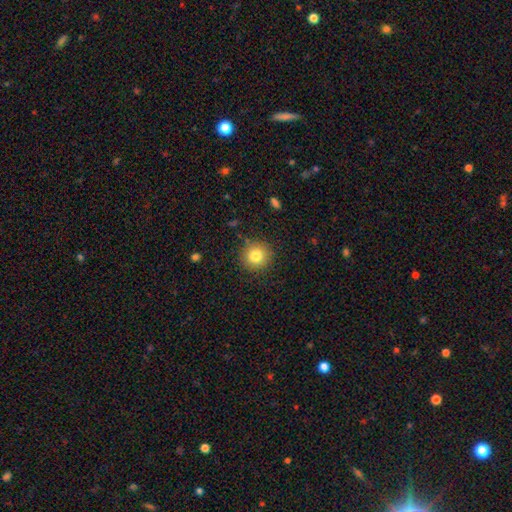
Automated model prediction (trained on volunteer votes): smooth_or_featured: smooth (p=0.82) [alt: star or artifact p=0.11]
how_rounded: round (p=0.93) [alt: in between p=0.06]
merging: none (p=0.88) [alt: minor disturbance p=0.08]